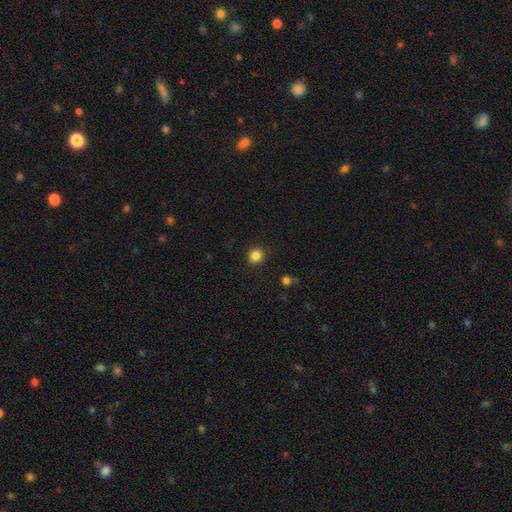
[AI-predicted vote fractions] Morphology: type=smooth (86%); roundness=round (91%); merging=none (91%).